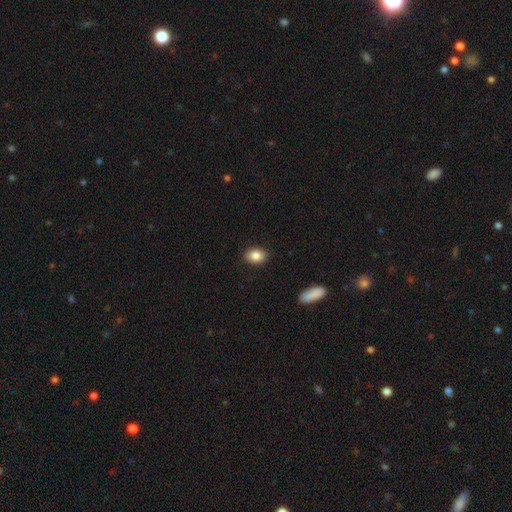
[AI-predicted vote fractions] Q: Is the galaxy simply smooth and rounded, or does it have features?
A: smooth — 86%.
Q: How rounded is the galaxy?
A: in between — 70%.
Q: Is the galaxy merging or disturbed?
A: none — 89%.